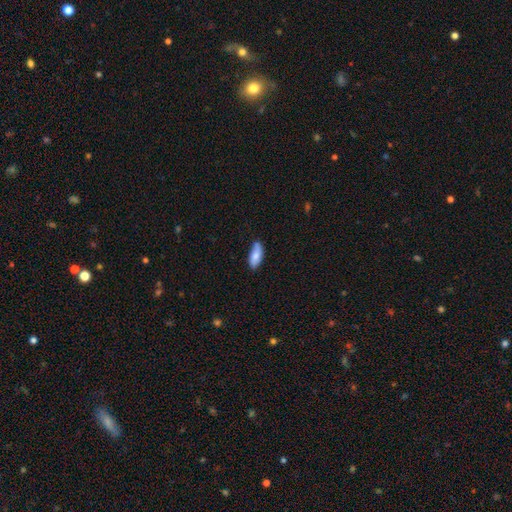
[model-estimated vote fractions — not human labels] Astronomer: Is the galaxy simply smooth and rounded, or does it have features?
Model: smooth — 71%.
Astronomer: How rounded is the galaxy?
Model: in between — 82%.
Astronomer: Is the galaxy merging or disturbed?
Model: none — 72%.